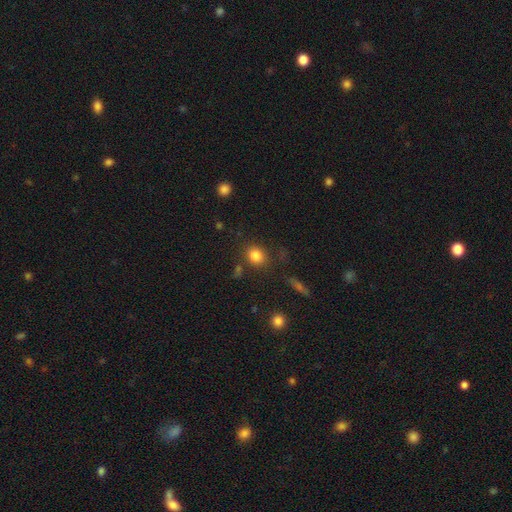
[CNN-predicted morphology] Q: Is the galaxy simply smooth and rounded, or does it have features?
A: smooth — 82%.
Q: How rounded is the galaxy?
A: round — 67%.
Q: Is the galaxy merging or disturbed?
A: none — 77%.